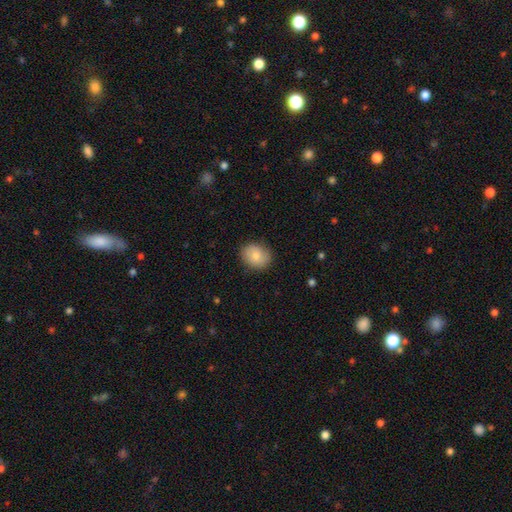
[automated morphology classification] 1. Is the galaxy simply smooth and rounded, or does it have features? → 81% smooth, 12% featured or disk, 7% star or artifact.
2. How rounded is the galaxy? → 58% round, 41% in between, 1% cigar-shaped.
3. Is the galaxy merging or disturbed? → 85% none, 12% minor disturbance, 3% major disturbance, 1% merger.